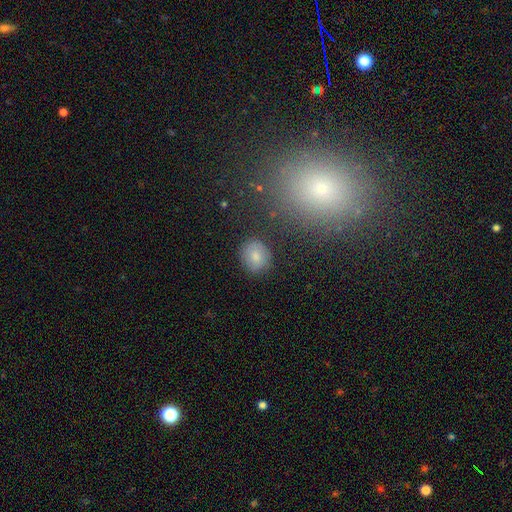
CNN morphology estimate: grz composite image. It shows a smooth galaxy with no disk features (79%) that is round (76%). Merging: none (84%).